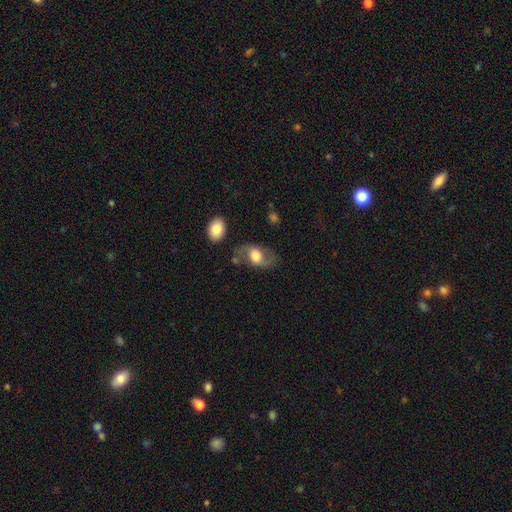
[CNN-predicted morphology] featured or disk 48%, smooth 45%, star or artifact 7%. Down the decision tree: merging — none (66%).